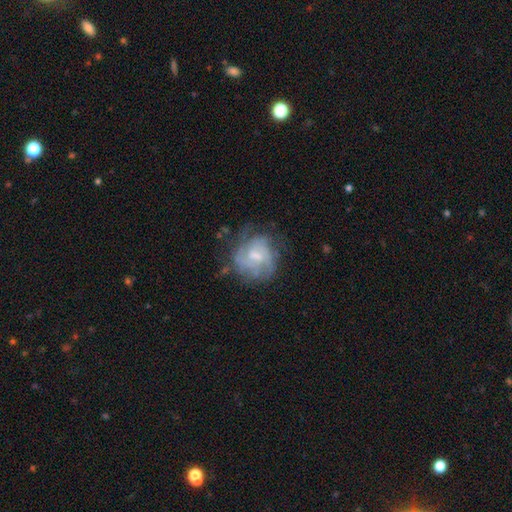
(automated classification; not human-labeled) A featured or disk galaxy (72%) with a weak bar (53%), tight (47%) spiral arms (82%) and a moderate central bulge (39%, tied with small). Merging: none (58%).